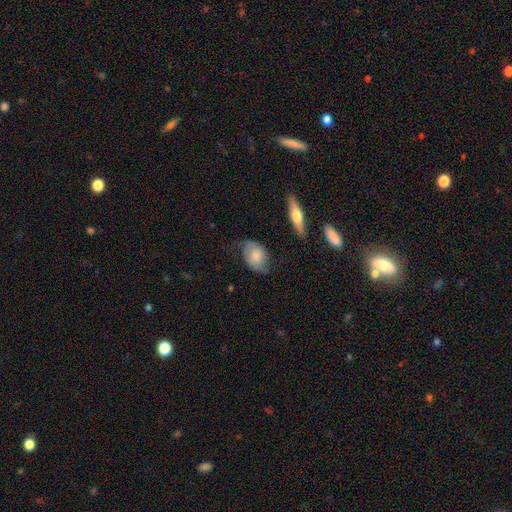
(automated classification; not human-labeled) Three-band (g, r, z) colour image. It shows a smooth galaxy with no disk features (59%) that is in between round and cigar-shaped (81%). Merging: none (51%).